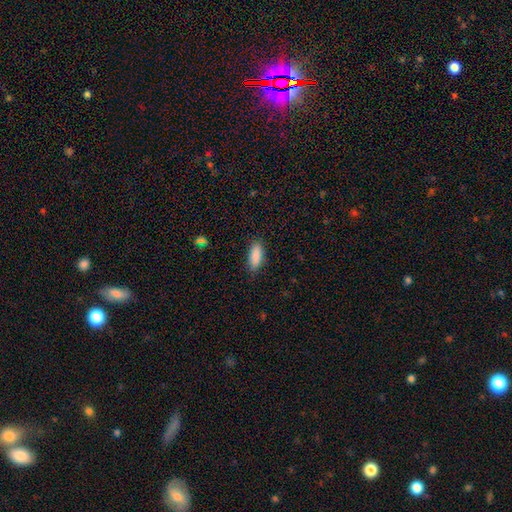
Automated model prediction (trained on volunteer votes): Q: Smooth or featured?
A: smooth (89%); runner-up: star or artifact (7%)
Q: How rounded?
A: in between (75%); runner-up: cigar-shaped (23%)
Q: Merging?
A: none (84%); runner-up: minor disturbance (12%)